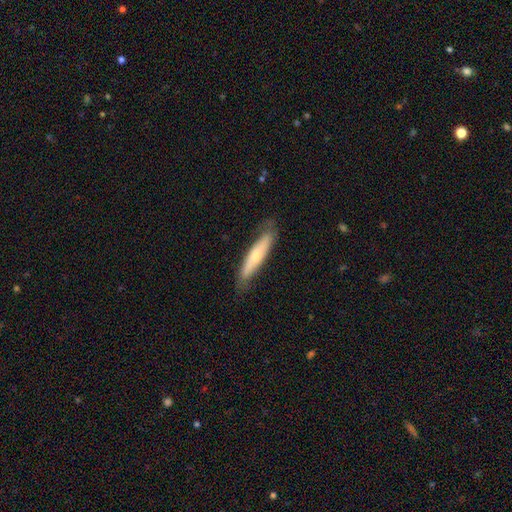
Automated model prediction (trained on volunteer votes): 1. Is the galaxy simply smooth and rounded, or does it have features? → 55% smooth, 39% featured or disk, 6% star or artifact.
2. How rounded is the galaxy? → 81% cigar-shaped, 18% in between, 2% round.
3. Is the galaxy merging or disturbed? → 74% none, 20% minor disturbance, 5% major disturbance, 1% merger.